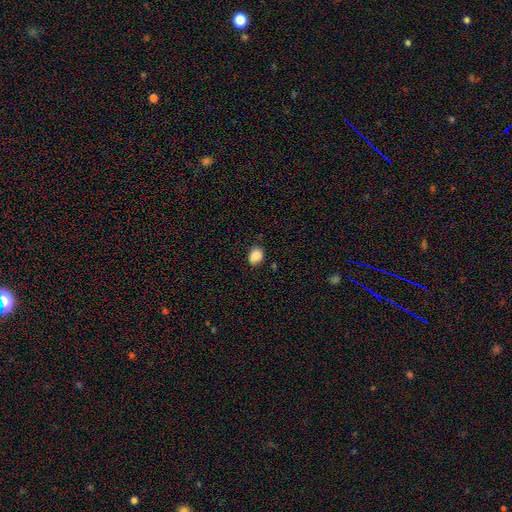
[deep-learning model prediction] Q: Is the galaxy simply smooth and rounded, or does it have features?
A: smooth — 87%.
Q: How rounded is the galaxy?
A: in between — 59%.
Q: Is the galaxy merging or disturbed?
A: none — 72%.